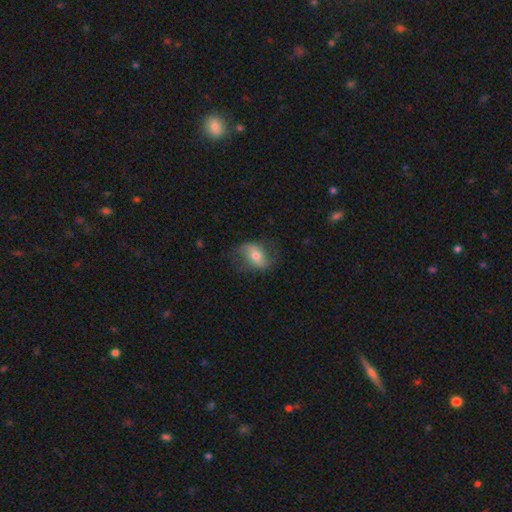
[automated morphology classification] The model was most divided on "smooth or featured": featured or disk: 48%, smooth: 45%, star or artifact: 7%. More confident: merging — none (67%).